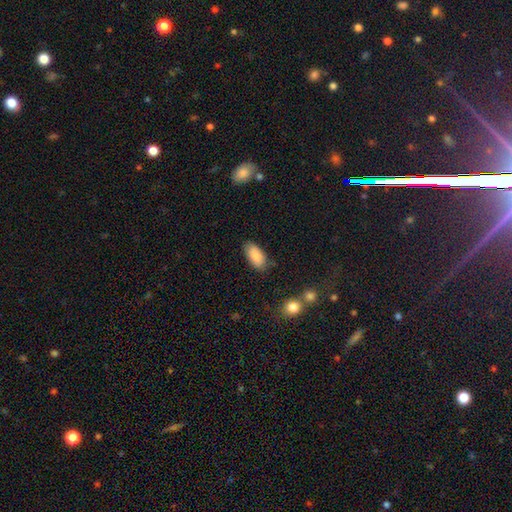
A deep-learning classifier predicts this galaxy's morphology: smooth_or_featured: smooth (p=0.87) [alt: star or artifact p=0.07]
how_rounded: in between (p=0.92) [alt: cigar-shaped p=0.05]
merging: none (p=0.80) [alt: minor disturbance p=0.15]